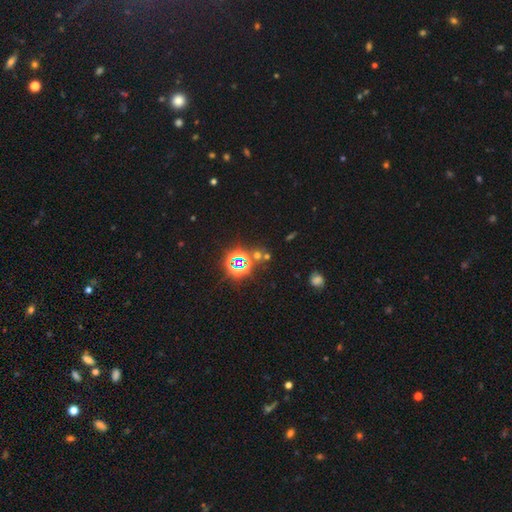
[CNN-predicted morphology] star or artifact 76%, smooth 16%, featured or disk 8%.